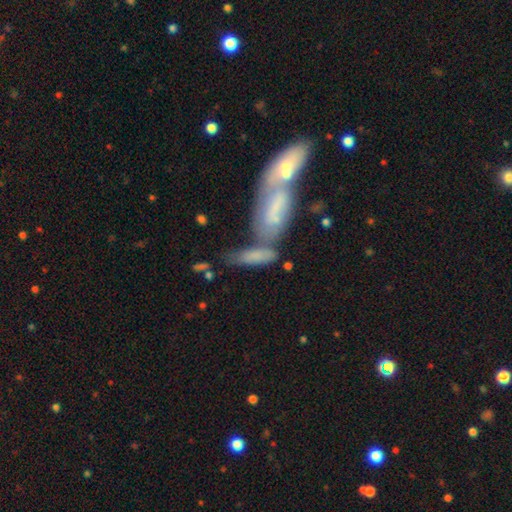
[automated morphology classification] Smooth or featured: smooth — 66% (featured or disk — 26%)
How rounded: cigar-shaped — 48% (tied with in between — 48%)
Merging: merger — 44% (none — 32%)